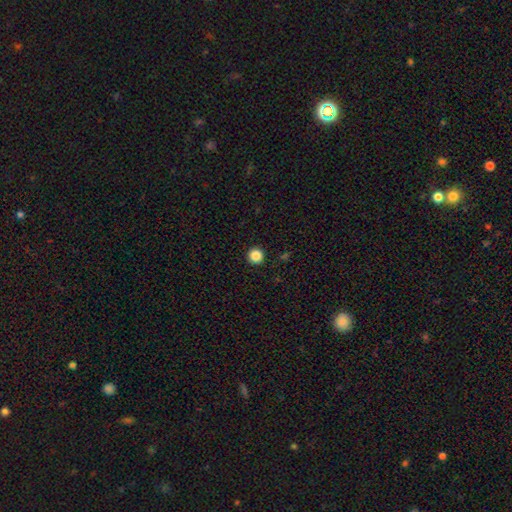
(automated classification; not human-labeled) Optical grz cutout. It shows a smooth galaxy with no disk features (86%) that is round (96%). Merging: none (93%).